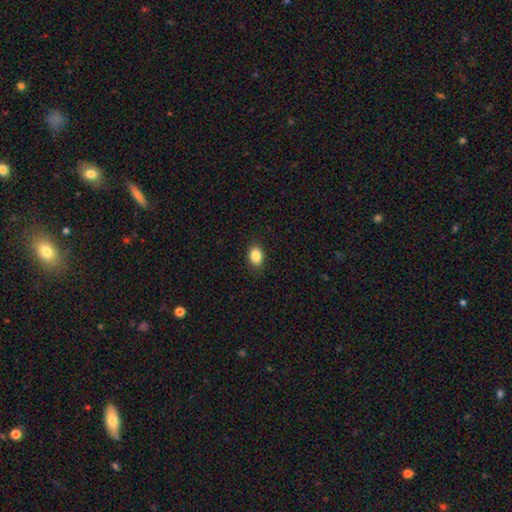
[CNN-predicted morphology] This appears to be a smooth galaxy with no disk features (86%) that is in between round and cigar-shaped (74%). Merging: none (89%).